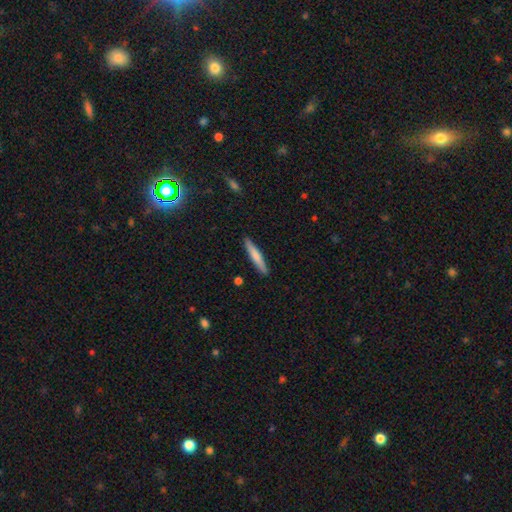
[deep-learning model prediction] Smooth or featured?
  - smooth: 71% *
  - featured or disk: 24%
  - star or artifact: 5%
How rounded?
  - cigar-shaped: 93% *
  - in between: 6%
  - round: 1%
Merging?
  - none: 90% *
  - minor disturbance: 7%
  - major disturbance: 1%
  - merger: 1%